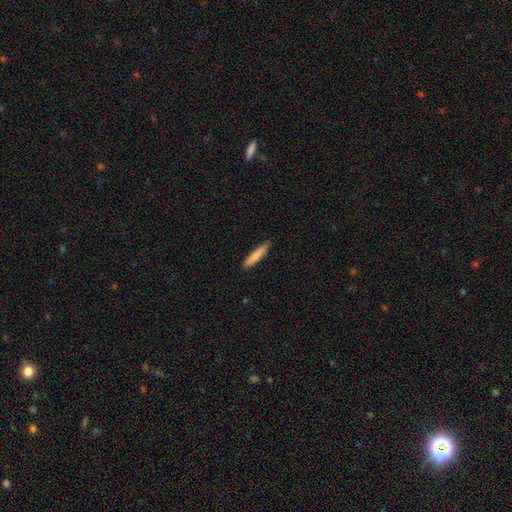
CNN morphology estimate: smooth_or_featured: smooth (p=0.82) [alt: featured or disk p=0.13]
how_rounded: cigar-shaped (p=0.89) [alt: in between p=0.10]
merging: none (p=0.87) [alt: minor disturbance p=0.10]